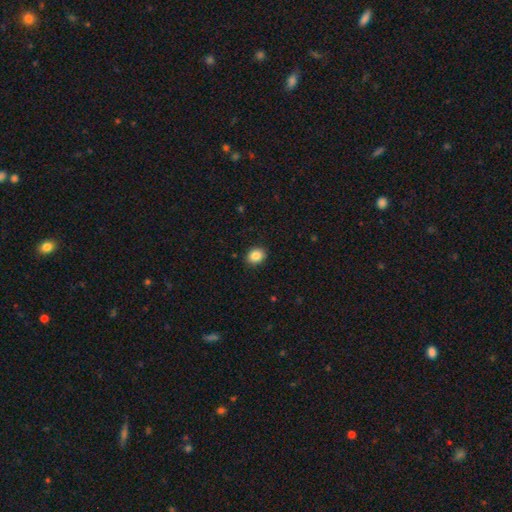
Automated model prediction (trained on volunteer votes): smooth 87%, star or artifact 9%, featured or disk 5%. Down the decision tree: how rounded — in between (52%); merging — none (88%).